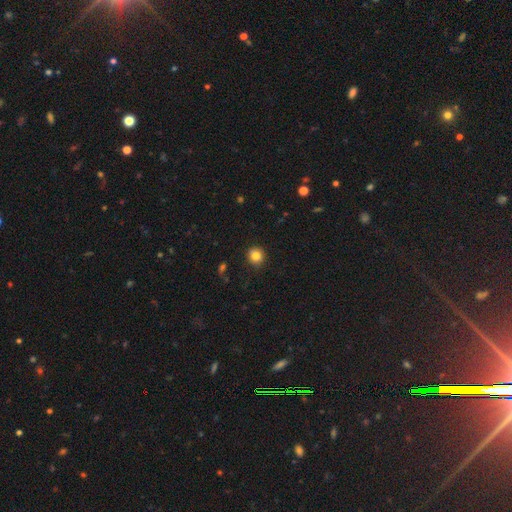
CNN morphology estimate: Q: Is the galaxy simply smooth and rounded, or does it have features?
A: smooth — 83%.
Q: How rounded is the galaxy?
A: round — 87%.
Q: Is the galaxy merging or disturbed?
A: none — 88%.